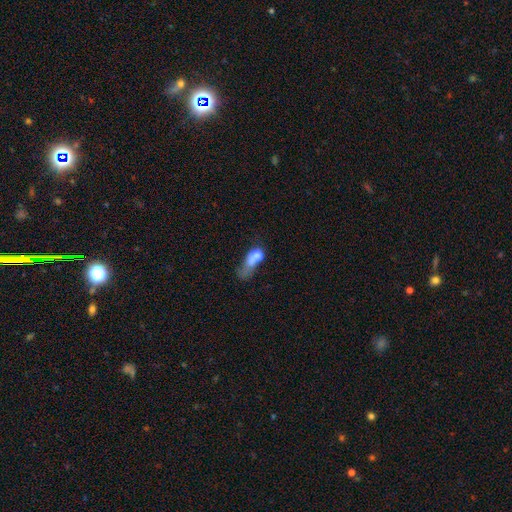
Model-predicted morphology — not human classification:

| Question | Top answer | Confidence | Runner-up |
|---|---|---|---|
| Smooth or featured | smooth | 64% | featured or disk (25%) |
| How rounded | in between | 71% | round (16%) |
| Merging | major disturbance | 52% | merger (19%) |